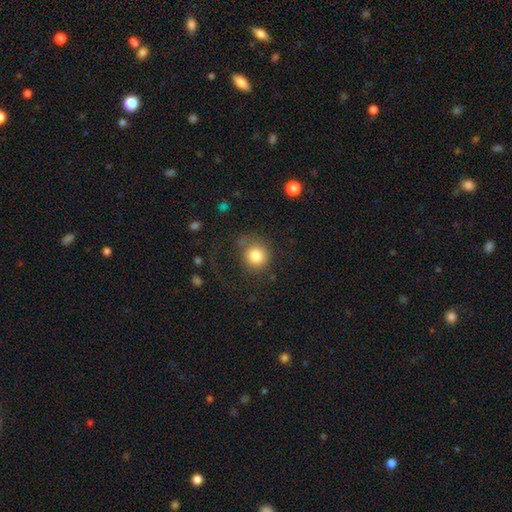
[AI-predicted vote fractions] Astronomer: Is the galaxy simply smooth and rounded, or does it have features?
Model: smooth — 81%.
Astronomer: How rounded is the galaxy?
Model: round — 87%.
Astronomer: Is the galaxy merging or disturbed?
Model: none — 66%.